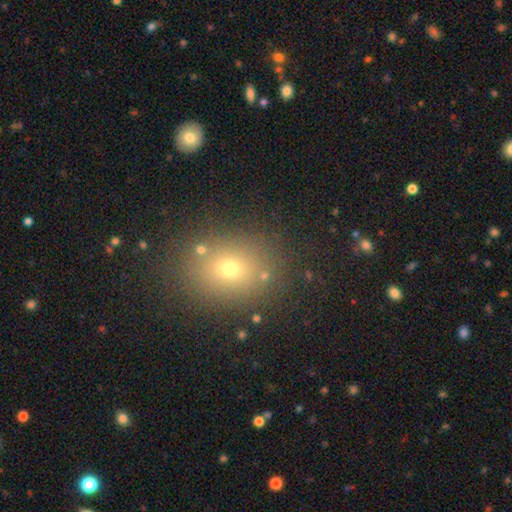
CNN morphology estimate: Smooth or featured?
  - smooth: 64% *
  - star or artifact: 23%
  - featured or disk: 13%
How rounded?
  - round: 51% *
  - in between: 48%
  - cigar-shaped: 1%
Merging?
  - none: 83% *
  - minor disturbance: 9%
  - merger: 4%
  - major disturbance: 4%